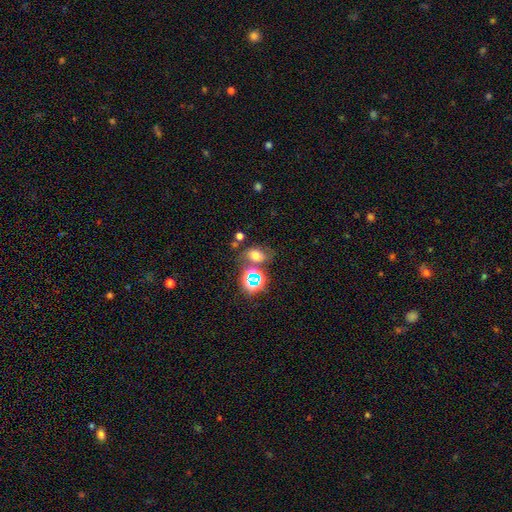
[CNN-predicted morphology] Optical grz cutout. It shows a smooth galaxy with no disk features (61%) that is in between round and cigar-shaped (69%). Merging: none (60%).